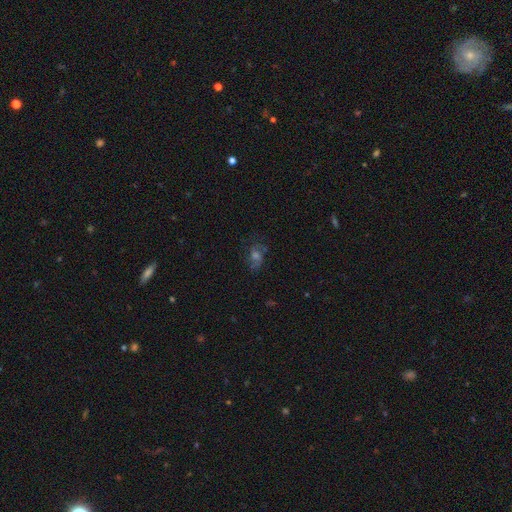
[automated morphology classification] This appears to be a featured or disk galaxy (42%). Merging: none (70%).